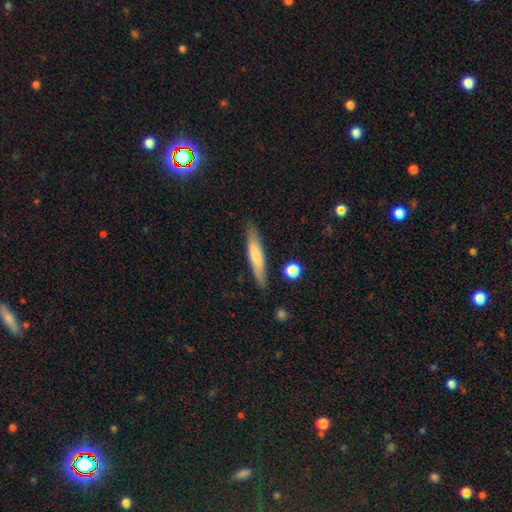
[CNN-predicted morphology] Overall: smooth (50%; featured or disk 41%). How rounded: cigar-shaped (91%). Merging: none (87%).